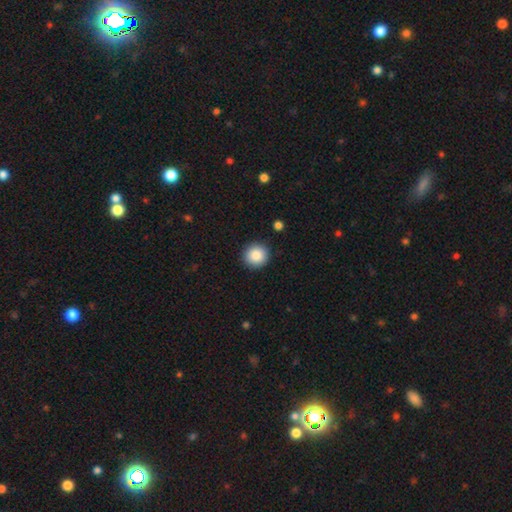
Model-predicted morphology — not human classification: Overall: smooth (87%). How rounded: round (94%). Merging: none (91%).